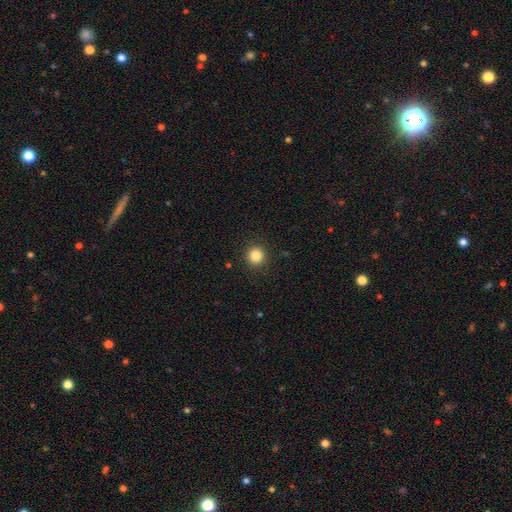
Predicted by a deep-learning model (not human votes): Smooth or featured? smooth (84%)
How rounded? round (92%)
Merging? none (91%)